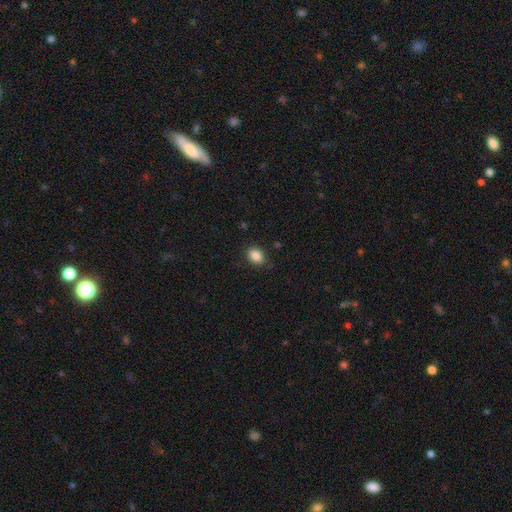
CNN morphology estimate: Smooth or featured? Predicted: smooth (p=0.87). How rounded? Predicted: in between (p=0.69). Merging? Predicted: none (p=0.86).